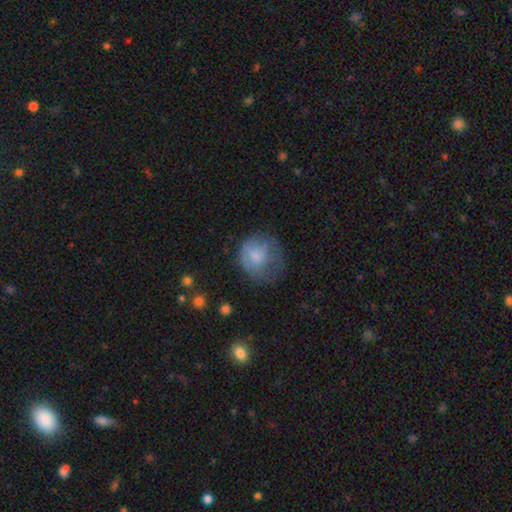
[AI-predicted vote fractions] Overall: smooth (68%). How rounded: round (74%). Merging: none (40%; major disturbance 31%).